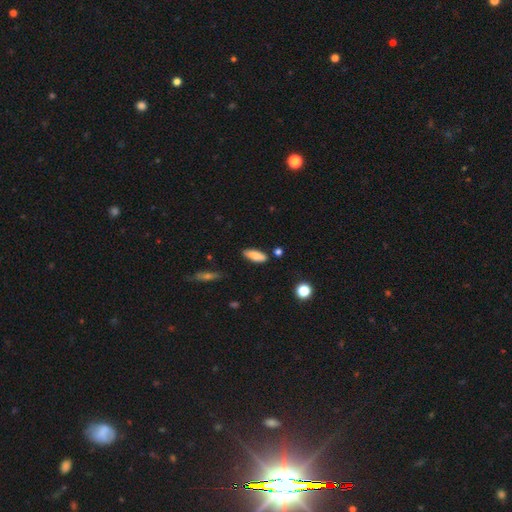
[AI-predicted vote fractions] This is clearly a smooth galaxy (84%). How rounded: likely in between (70%). Merging: clearly none (83%).